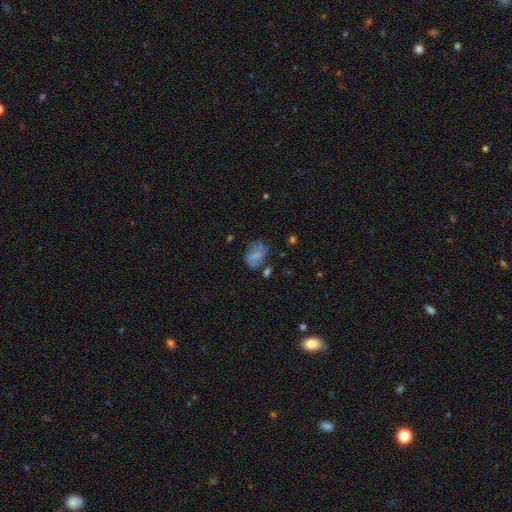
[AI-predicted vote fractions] A smooth galaxy with no disk features (54%) that is in between round and cigar-shaped (74%).

Vote fractions:
- Smooth or featured? smooth: 54% / featured or disk: 34% / star or artifact: 12%
- How rounded? in between: 74% / round: 23% / cigar-shaped: 3%
- Merging? none: 41% / minor disturbance: 26% / major disturbance: 23% / merger: 9%